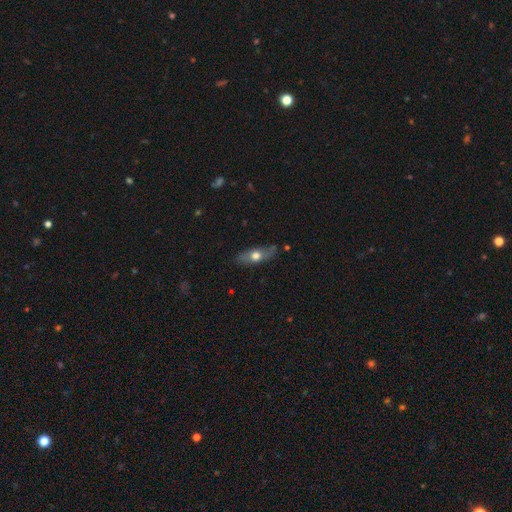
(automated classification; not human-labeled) A smooth galaxy with no disk features (53%) that is in between round and cigar-shaped (57%).

Vote fractions:
- Smooth or featured? smooth: 53% / featured or disk: 41% / star or artifact: 6%
- How rounded? in between: 57% / cigar-shaped: 37% / round: 6%
- Merging? none: 78% / minor disturbance: 16% / major disturbance: 3% / merger: 2%